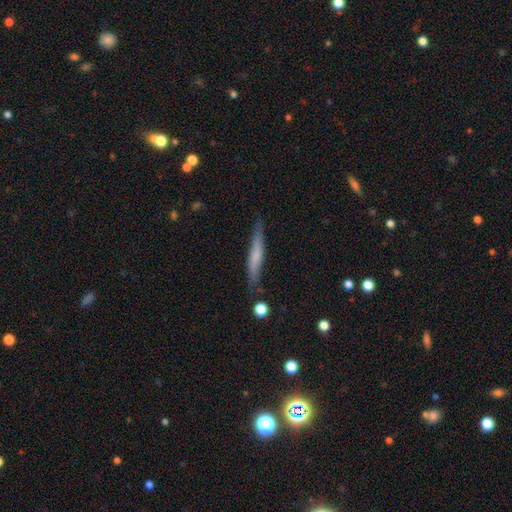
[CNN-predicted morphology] Smooth or featured? Predicted: smooth (p=0.56). How rounded? Predicted: cigar-shaped (p=0.93). Merging? Predicted: none (p=0.79).